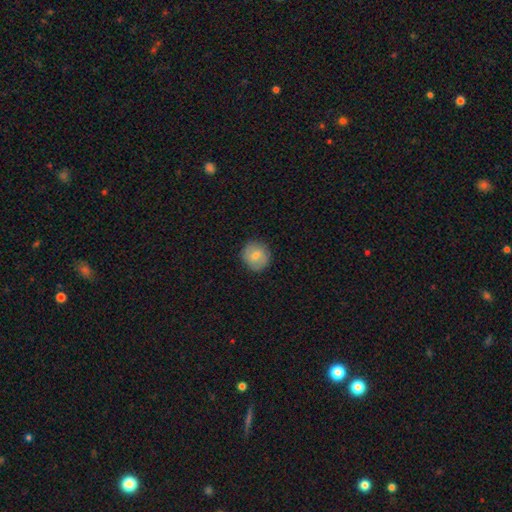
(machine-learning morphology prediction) type=smooth (71%); roundness=round (87%); merging=none (88%).